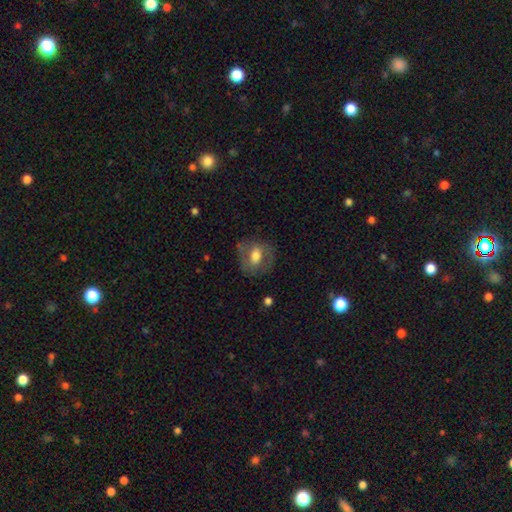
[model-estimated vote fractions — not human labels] smooth 53%, featured or disk 39%, star or artifact 8%. Down the decision tree: how rounded — round (51%); merging — none (69%).